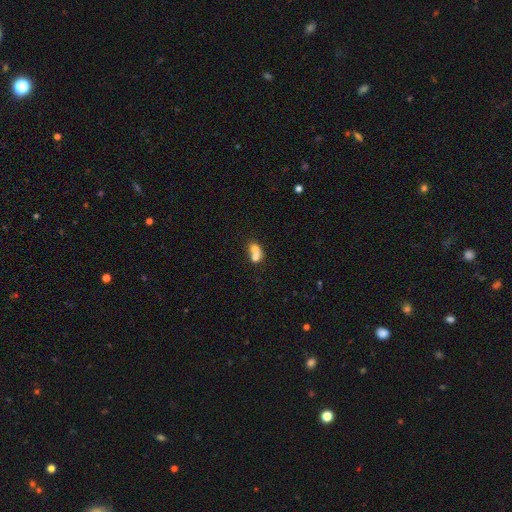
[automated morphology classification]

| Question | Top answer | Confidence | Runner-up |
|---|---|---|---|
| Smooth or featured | smooth | 67% | featured or disk (23%) |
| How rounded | in between | 60% | round (37%) |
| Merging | merger | 69% | none (18%) |